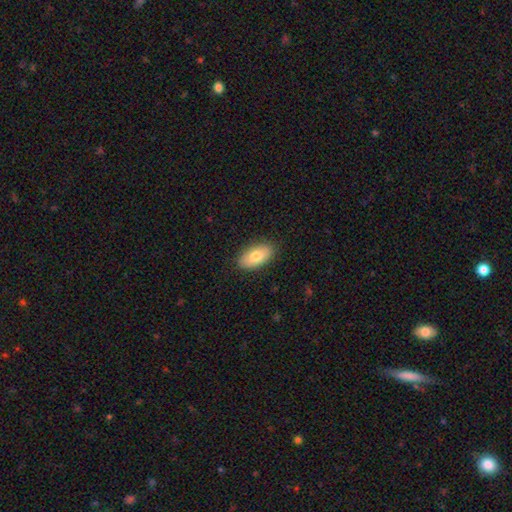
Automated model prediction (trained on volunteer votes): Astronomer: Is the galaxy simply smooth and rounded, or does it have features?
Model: smooth — 78%.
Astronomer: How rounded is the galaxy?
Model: in between — 93%.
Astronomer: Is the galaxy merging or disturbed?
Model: none — 87%.